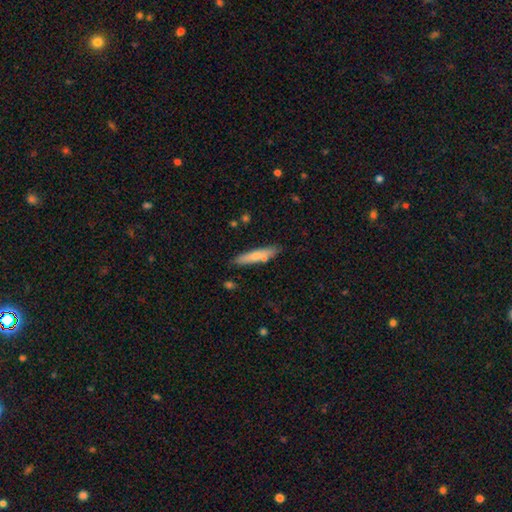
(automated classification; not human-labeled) smooth 62%, featured or disk 31%, star or artifact 6%. Down the decision tree: how rounded — cigar-shaped (85%); merging — none (79%).